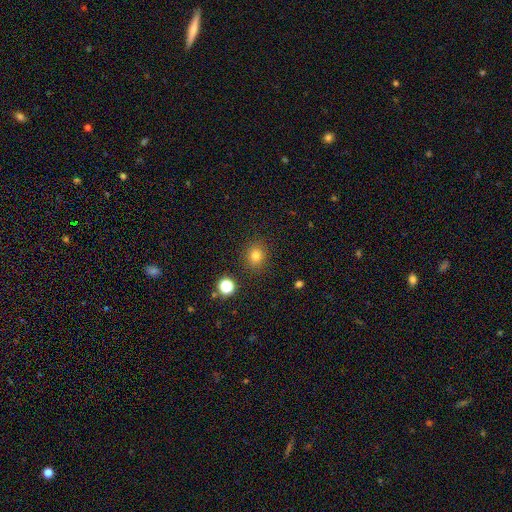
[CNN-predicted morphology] Smooth or featured? Predicted: smooth (p=0.78). How rounded? Predicted: round (p=0.79). Merging? Predicted: none (p=0.88).